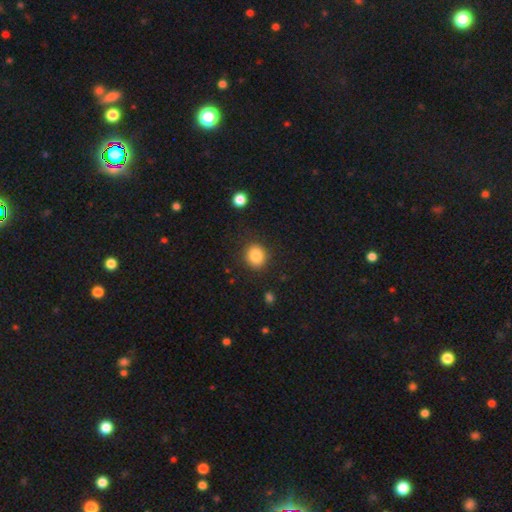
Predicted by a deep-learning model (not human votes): Smooth or featured?
  - smooth: 85% *
  - star or artifact: 9%
  - featured or disk: 6%
How rounded?
  - round: 78% *
  - in between: 21%
  - cigar-shaped: 1%
Merging?
  - none: 86% *
  - minor disturbance: 9%
  - major disturbance: 3%
  - merger: 2%